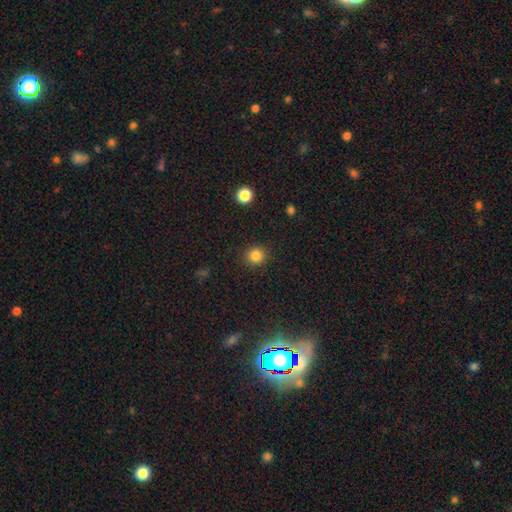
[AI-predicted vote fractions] The model was most divided on "smooth or featured": smooth: 84%, star or artifact: 12%, featured or disk: 4%. More confident: how rounded — round (91%); merging — none (91%).